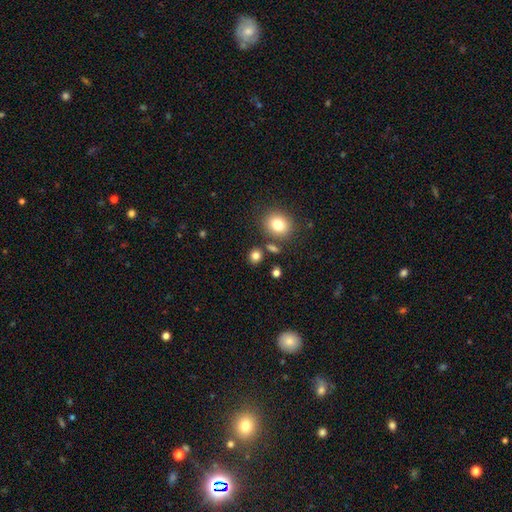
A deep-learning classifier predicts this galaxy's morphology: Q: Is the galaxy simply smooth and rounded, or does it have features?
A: smooth — 81%.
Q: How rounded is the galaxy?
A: round — 77%.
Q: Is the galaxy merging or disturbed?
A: none — 80%.